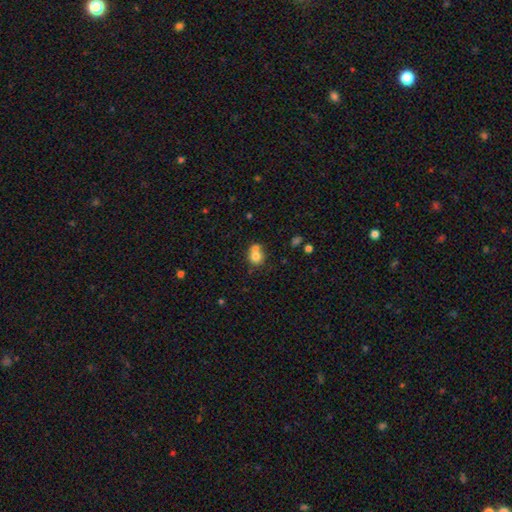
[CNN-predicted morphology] The model was most divided on "merging": merger: 54%, none: 34%, minor disturbance: 8%, major disturbance: 3%. More confident: how rounded — round (78%); smooth or featured — smooth (75%).